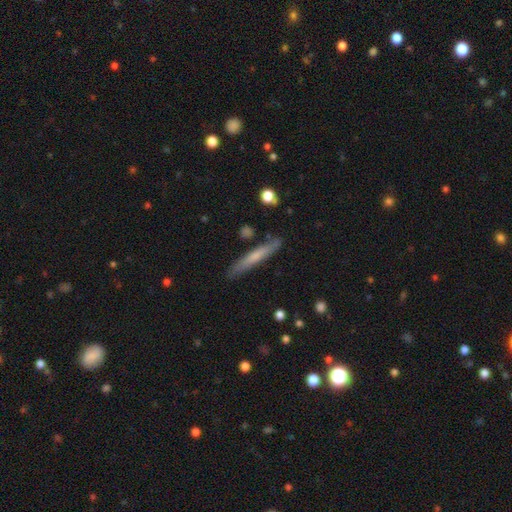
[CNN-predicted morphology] Smooth or featured? smooth (56%)
How rounded? cigar-shaped (95%)
Merging? none (85%)